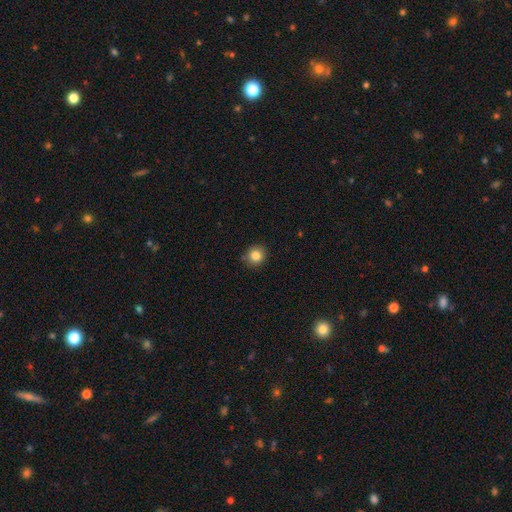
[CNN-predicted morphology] smooth_or_featured: smooth (p=0.83) [alt: star or artifact p=0.11]
how_rounded: round (p=0.89) [alt: in between p=0.10]
merging: none (p=0.87) [alt: minor disturbance p=0.10]